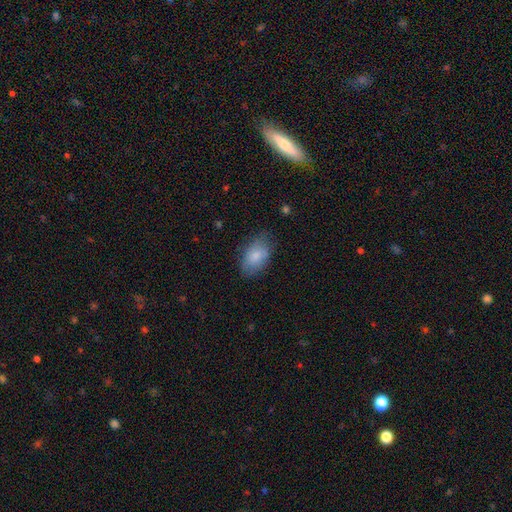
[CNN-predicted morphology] type=smooth (80%); roundness=in between (91%); merging=none (72%).